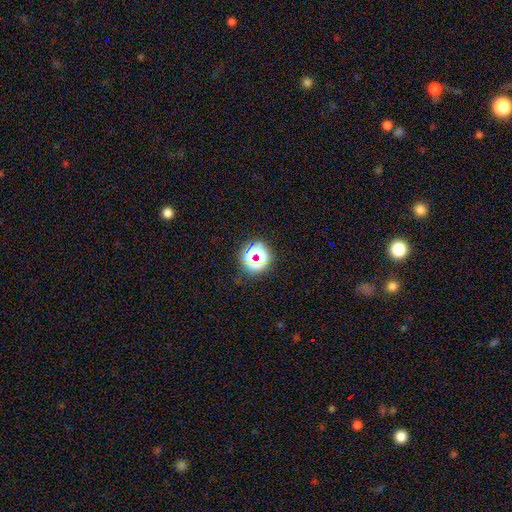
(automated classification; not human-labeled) smooth_or_featured: star or artifact (p=0.65) [alt: smooth p=0.25]